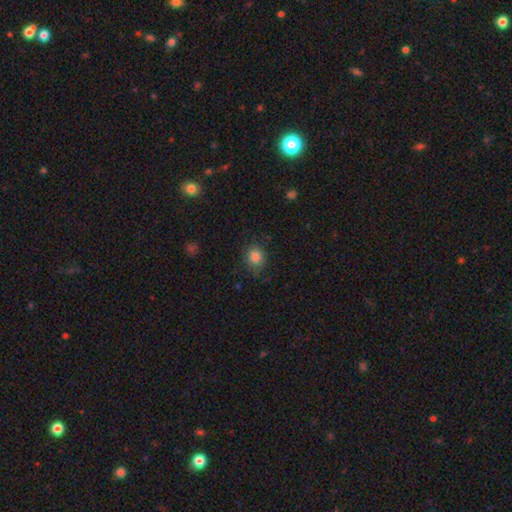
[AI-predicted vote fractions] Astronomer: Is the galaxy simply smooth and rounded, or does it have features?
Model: smooth — 85%.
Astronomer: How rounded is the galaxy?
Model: round — 76%.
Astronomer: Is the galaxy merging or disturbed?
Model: none — 81%.